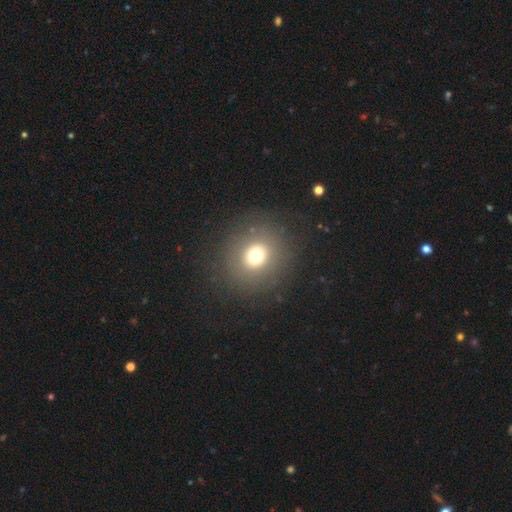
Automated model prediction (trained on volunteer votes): smooth-or-featured: smooth: 68% | star or artifact: 17% | featured or disk: 15%
  how-rounded: round: 89% | in between: 10% | cigar-shaped: 1%
  merging: none: 85% | minor disturbance: 8% | major disturbance: 6% | merger: 1%